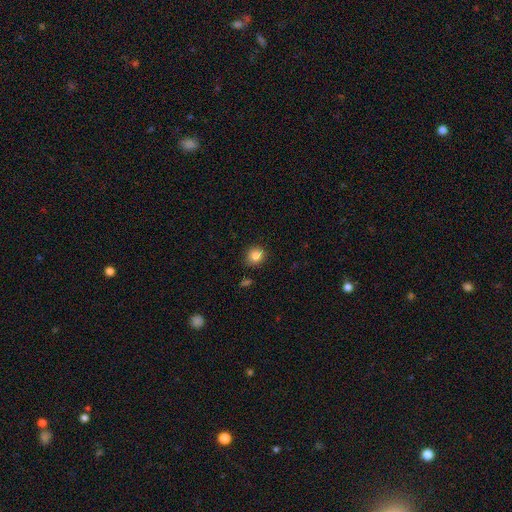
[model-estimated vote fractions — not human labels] A smooth galaxy with no disk features (86%) that is round (78%).

Vote fractions:
- Smooth or featured? smooth: 86% / star or artifact: 10% / featured or disk: 4%
- How rounded? round: 78% / in between: 21% / cigar-shaped: 1%
- Merging? none: 86% / minor disturbance: 10% / major disturbance: 2% / merger: 2%